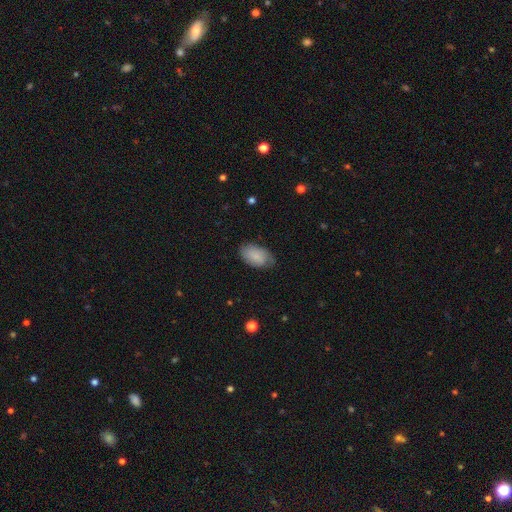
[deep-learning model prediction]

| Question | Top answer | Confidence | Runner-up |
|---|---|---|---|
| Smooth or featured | smooth | 80% | featured or disk (14%) |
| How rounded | in between | 94% | round (5%) |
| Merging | none | 70% | minor disturbance (24%) |